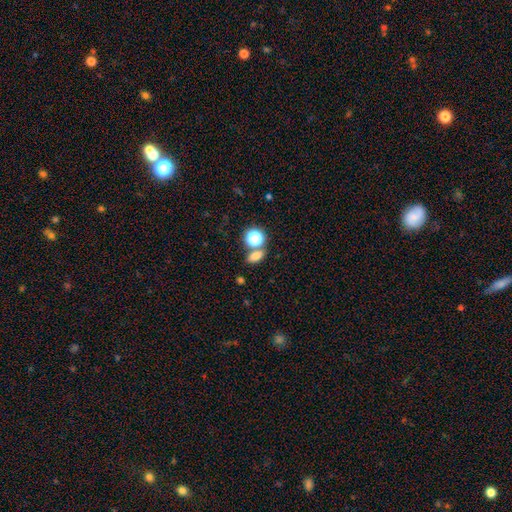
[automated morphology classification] A smooth galaxy with no disk features (74%) that is in between round and cigar-shaped (70%). Merging: none (65%).